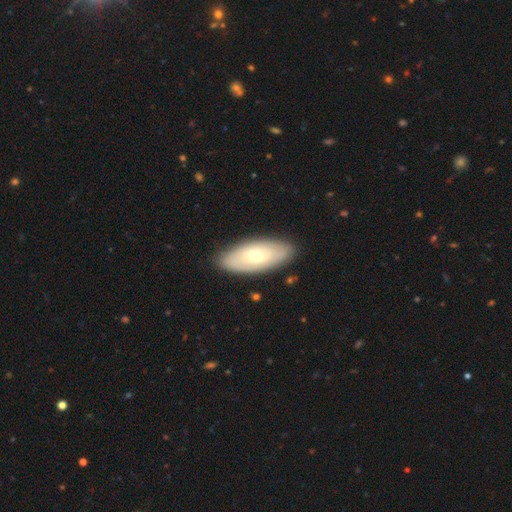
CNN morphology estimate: smooth-or-featured: smooth: 51% | featured or disk: 44% | star or artifact: 6%
  how-rounded: in between: 84% | cigar-shaped: 14% | round: 3%
  merging: none: 86% | minor disturbance: 10% | major disturbance: 2% | merger: 1%